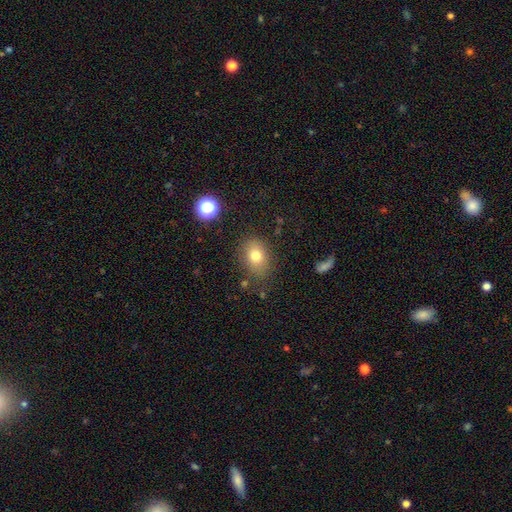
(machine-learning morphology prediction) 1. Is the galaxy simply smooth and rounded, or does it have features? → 77% smooth, 12% star or artifact, 11% featured or disk.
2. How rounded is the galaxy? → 66% in between, 33% round, 1% cigar-shaped.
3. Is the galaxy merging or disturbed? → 80% none, 13% minor disturbance, 4% major disturbance, 2% merger.